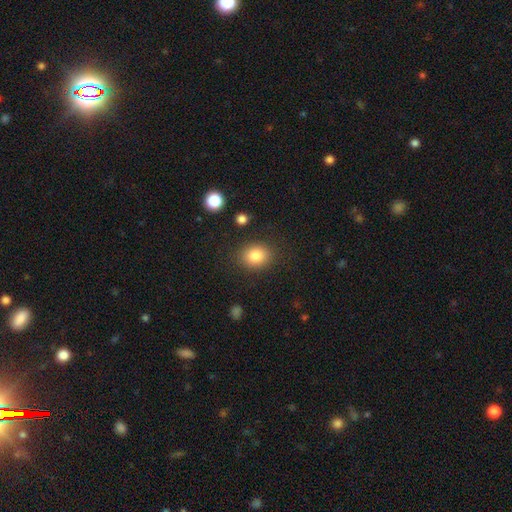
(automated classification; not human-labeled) Overall: smooth (83%). How rounded: round (53%; in between 46%). Merging: none (84%).